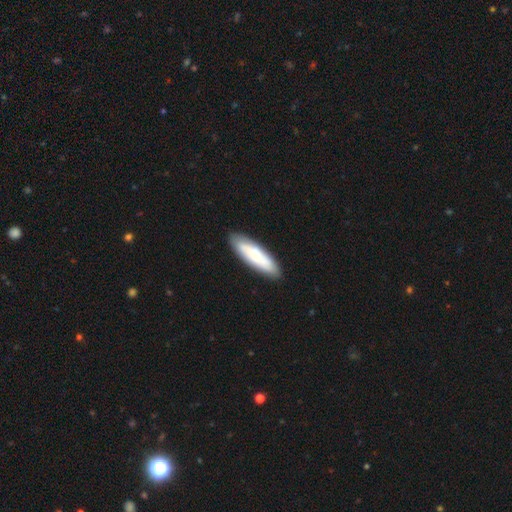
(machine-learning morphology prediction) Smooth or featured?
  - smooth: 72% *
  - featured or disk: 23%
  - star or artifact: 5%
How rounded?
  - cigar-shaped: 59% *
  - in between: 40%
  - round: 2%
Merging?
  - none: 87% *
  - minor disturbance: 10%
  - major disturbance: 2%
  - merger: 1%